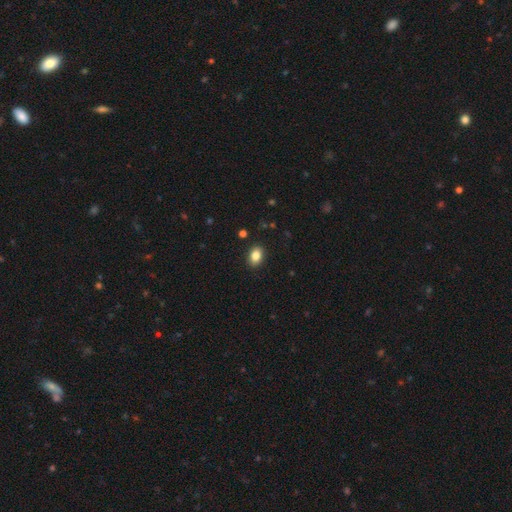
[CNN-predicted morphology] This appears to be a smooth galaxy with no disk features (85%) that is in between round and cigar-shaped (76%). Merging: none (89%).